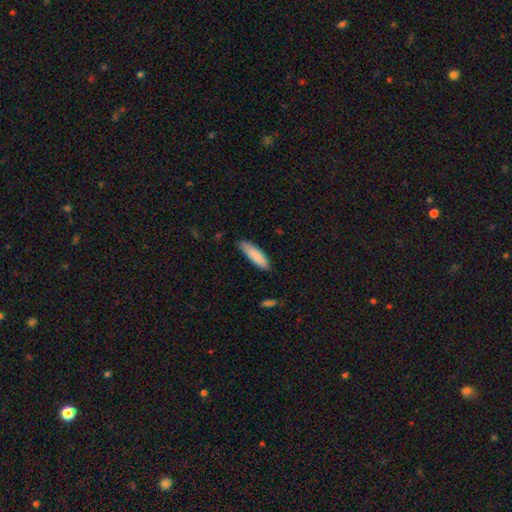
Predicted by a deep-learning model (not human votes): smooth-or-featured: smooth: 87% | featured or disk: 7% | star or artifact: 6%
  how-rounded: cigar-shaped: 55% | in between: 43% | round: 1%
  merging: none: 81% | minor disturbance: 16% | major disturbance: 2% | merger: 1%